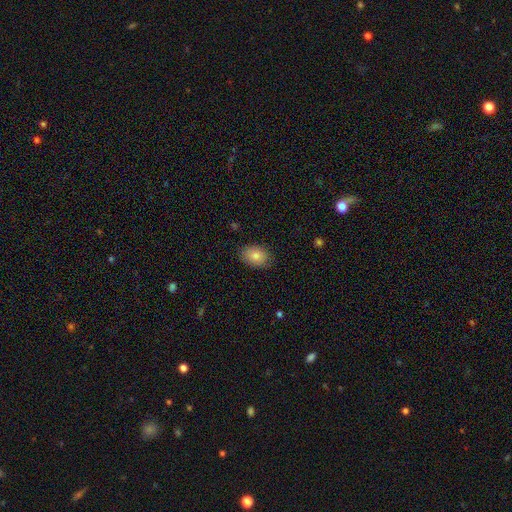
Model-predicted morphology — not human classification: This is clearly a smooth galaxy (82%). How rounded: clearly in between (80%). Merging: clearly none (85%).